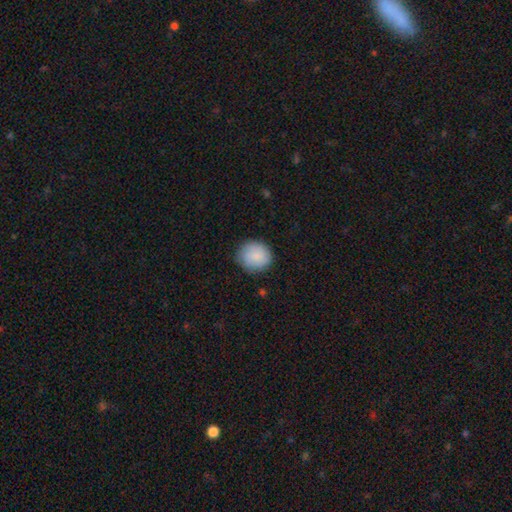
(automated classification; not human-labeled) Smooth or featured? smooth (88%)
How rounded? round (86%)
Merging? none (83%)